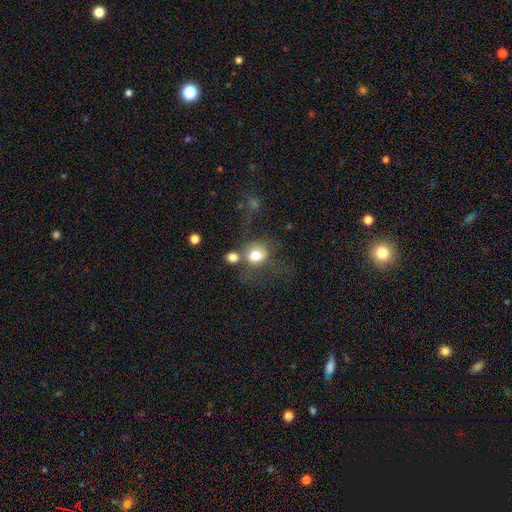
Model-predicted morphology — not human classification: This is likely a smooth galaxy (75%). How rounded: likely round (74%). Merging: marginally none (44%).